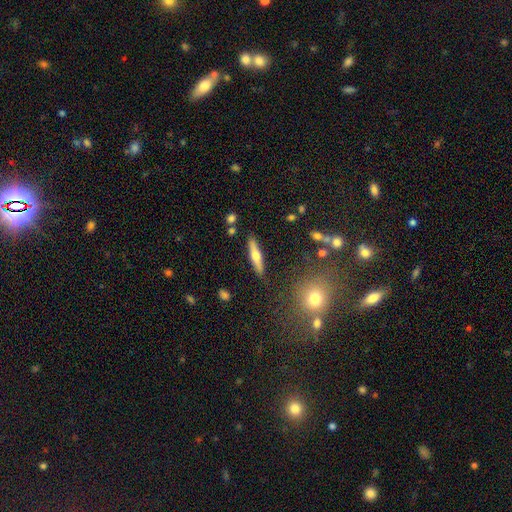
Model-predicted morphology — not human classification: Smooth or featured: featured or disk — 50% (smooth — 43%)
Edge-on disk: yes — 93% (no — 7%)
Merging: none — 87% (minor disturbance — 8%)